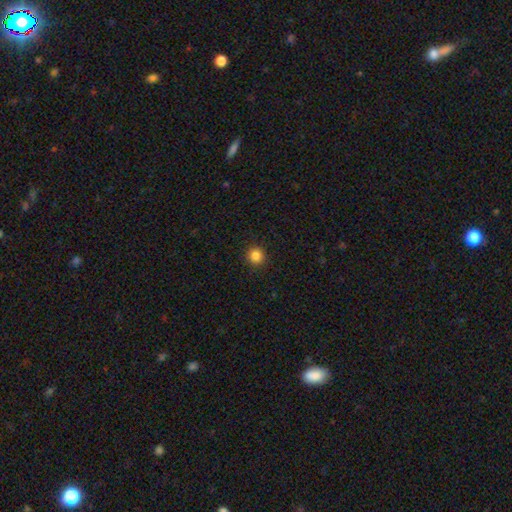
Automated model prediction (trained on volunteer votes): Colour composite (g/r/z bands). It shows a smooth galaxy with no disk features (84%) that is round (94%). Merging: none (93%).